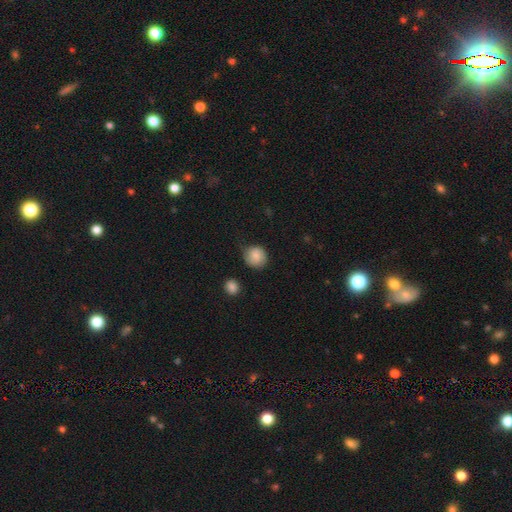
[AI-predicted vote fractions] Smooth or featured? smooth (84%)
How rounded? round (86%)
Merging? none (69%)